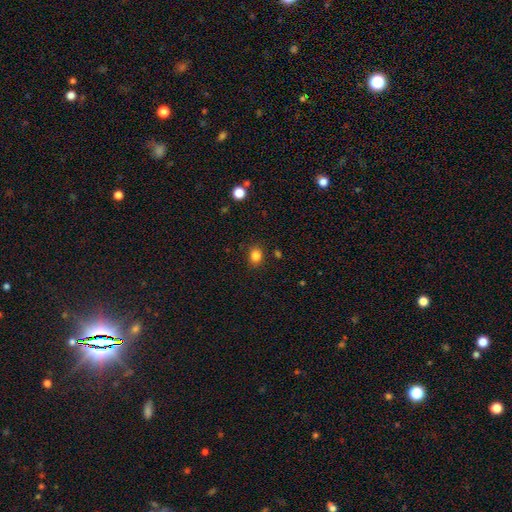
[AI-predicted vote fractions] smooth 84%, star or artifact 12%, featured or disk 4%. Down the decision tree: how rounded — round (57%); merging — none (86%).